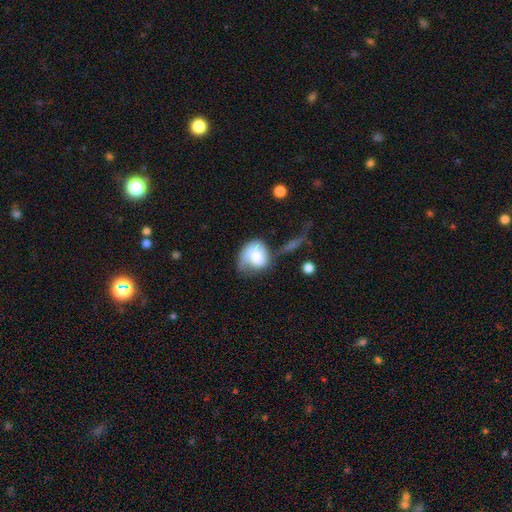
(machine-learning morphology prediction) smooth 54%, featured or disk 39%, star or artifact 7%. Down the decision tree: how rounded — round (56%); merging — none (36%).